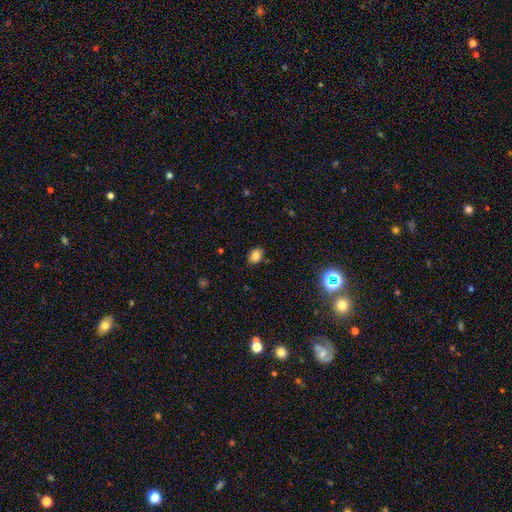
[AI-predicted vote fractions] Q: Smooth or featured?
A: smooth (81%); runner-up: star or artifact (12%)
Q: How rounded?
A: in between (62%); runner-up: round (37%)
Q: Merging?
A: none (83%); runner-up: minor disturbance (12%)